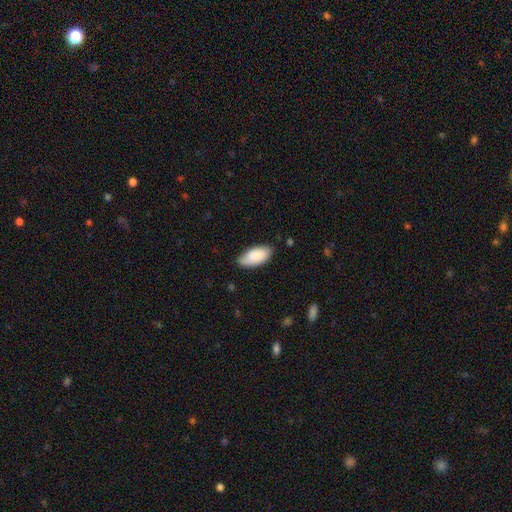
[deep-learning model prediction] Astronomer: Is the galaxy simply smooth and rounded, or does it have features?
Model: smooth — 84%.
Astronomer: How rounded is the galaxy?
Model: in between — 93%.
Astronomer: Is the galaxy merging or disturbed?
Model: none — 74%.